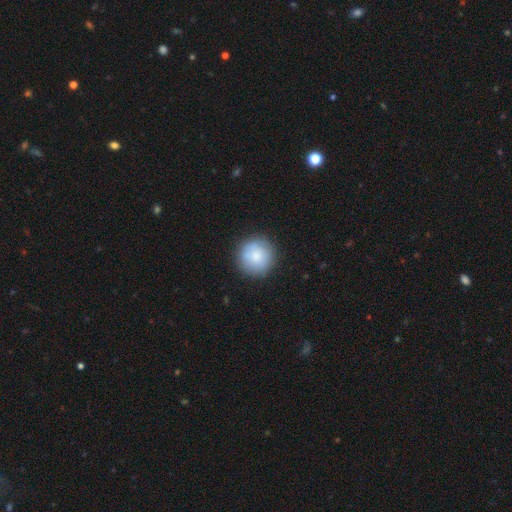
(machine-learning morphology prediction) Overall: smooth (82%). How rounded: round (95%). Merging: none (86%).